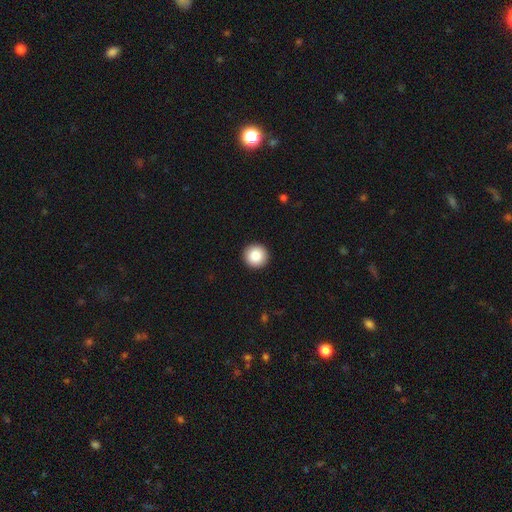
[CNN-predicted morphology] A smooth galaxy with no disk features (88%) that is round (96%). Merging: none (93%).